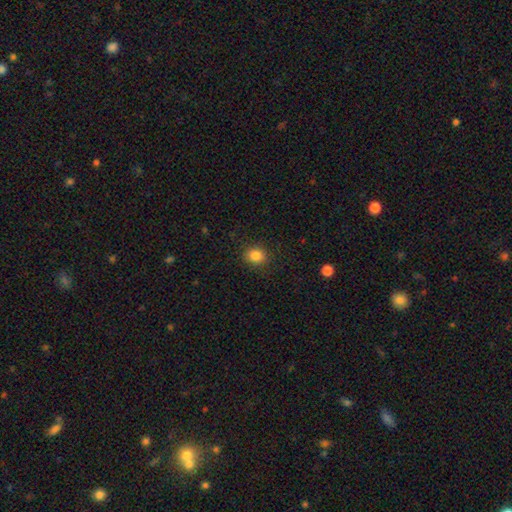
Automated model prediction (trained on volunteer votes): Morphology: type=smooth (84%); roundness=round (68%); merging=none (89%).